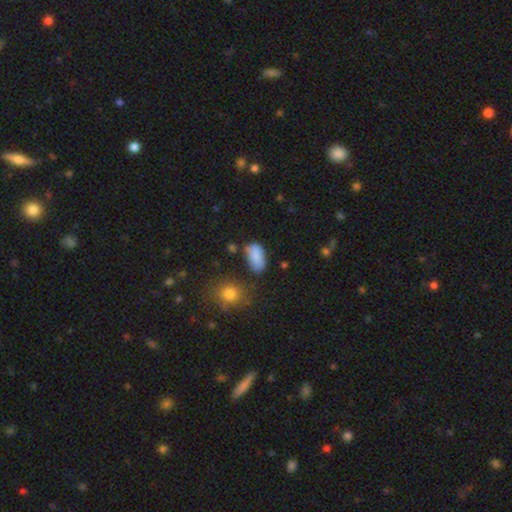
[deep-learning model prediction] This appears to be a smooth galaxy with no disk features (83%) that is in between round and cigar-shaped (92%). Merging: none (58%).